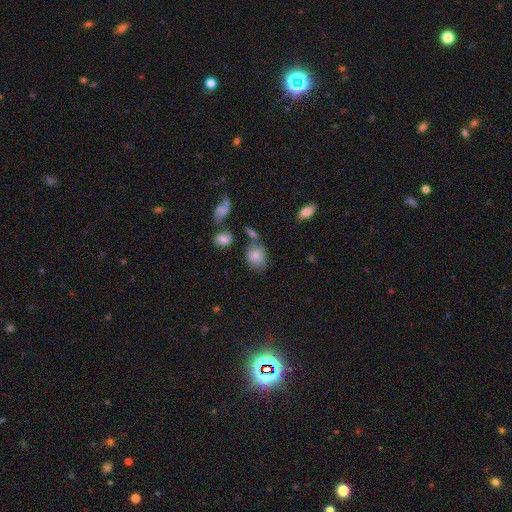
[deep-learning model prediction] smooth-or-featured: smooth: 78% | featured or disk: 13% | star or artifact: 9%
  how-rounded: in between: 55% | round: 44% | cigar-shaped: 1%
  merging: none: 56% | minor disturbance: 25% | merger: 11% | major disturbance: 9%